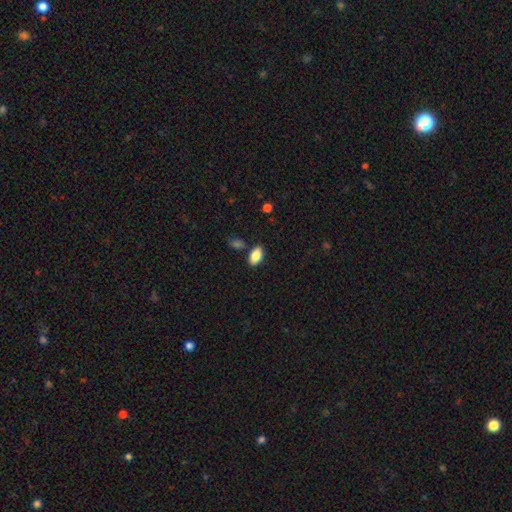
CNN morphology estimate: Smooth or featured?
  - smooth: 87% *
  - star or artifact: 7%
  - featured or disk: 6%
How rounded?
  - in between: 93% *
  - round: 5%
  - cigar-shaped: 2%
Merging?
  - none: 82% *
  - minor disturbance: 10%
  - merger: 5%
  - major disturbance: 2%